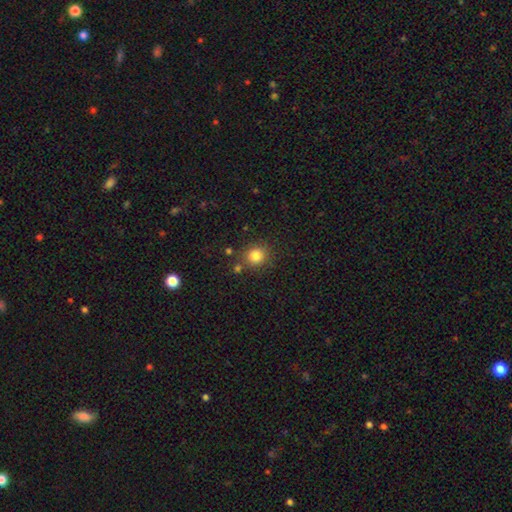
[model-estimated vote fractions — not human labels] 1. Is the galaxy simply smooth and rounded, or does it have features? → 82% smooth, 12% star or artifact, 6% featured or disk.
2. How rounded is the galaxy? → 87% round, 12% in between, 1% cigar-shaped.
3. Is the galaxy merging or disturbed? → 80% none, 10% minor disturbance, 7% merger, 3% major disturbance.